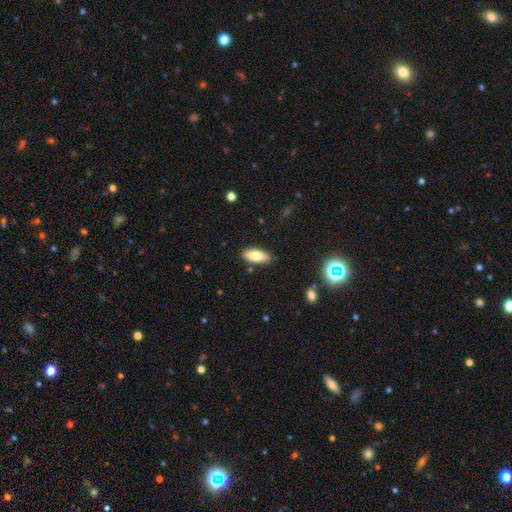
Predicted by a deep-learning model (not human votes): This appears to be a smooth galaxy with no disk features (80%) that is in between round and cigar-shaped (85%). Merging: none (85%).